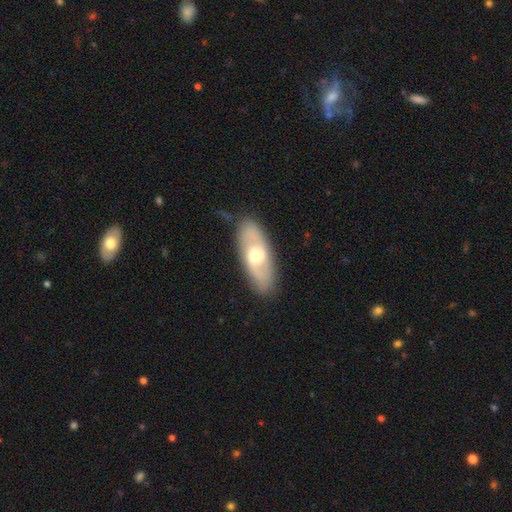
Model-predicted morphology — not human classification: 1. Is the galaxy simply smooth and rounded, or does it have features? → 55% featured or disk, 40% smooth, 5% star or artifact.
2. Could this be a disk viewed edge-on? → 82% no, 18% yes.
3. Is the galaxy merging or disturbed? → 83% none, 12% minor disturbance, 3% major disturbance, 2% merger.